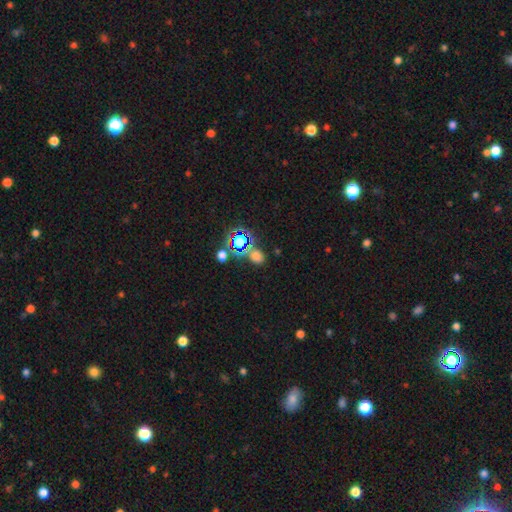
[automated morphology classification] This is possibly a smooth galaxy (58%). How rounded: likely round (65%). Merging: likely none (69%).